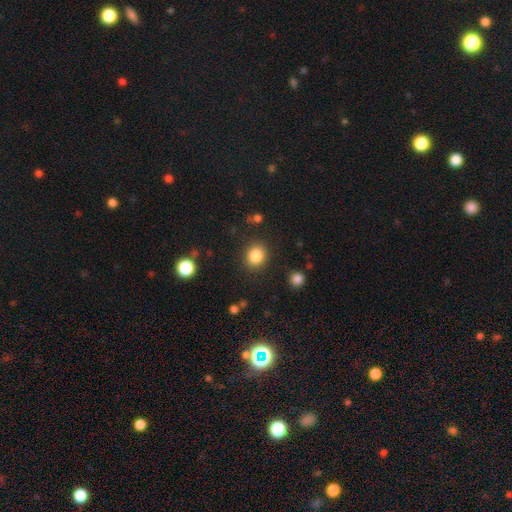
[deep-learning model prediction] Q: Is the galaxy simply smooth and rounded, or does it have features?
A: smooth — 85%.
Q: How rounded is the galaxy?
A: round — 75%.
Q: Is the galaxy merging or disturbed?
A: none — 87%.